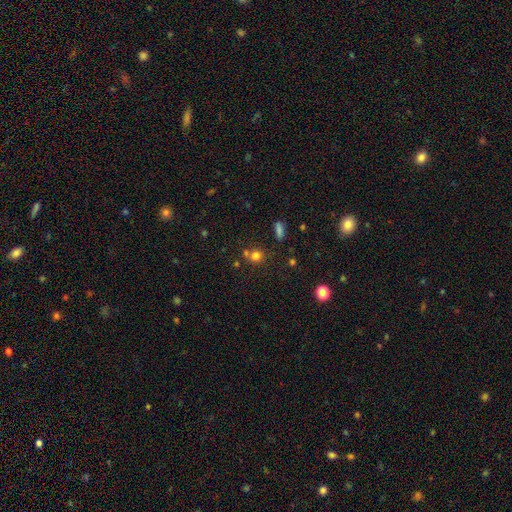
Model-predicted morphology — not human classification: A smooth galaxy with no disk features (74%) that is round (84%). Merging: none (59%).